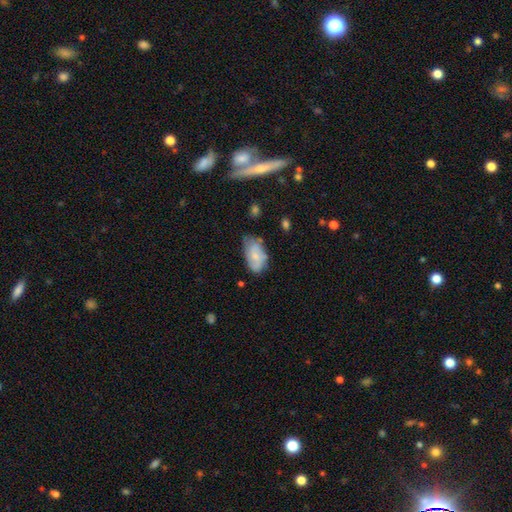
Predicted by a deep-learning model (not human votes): This is likely a smooth galaxy (62%). How rounded: clearly in between (93%). Merging: possibly none (52%).